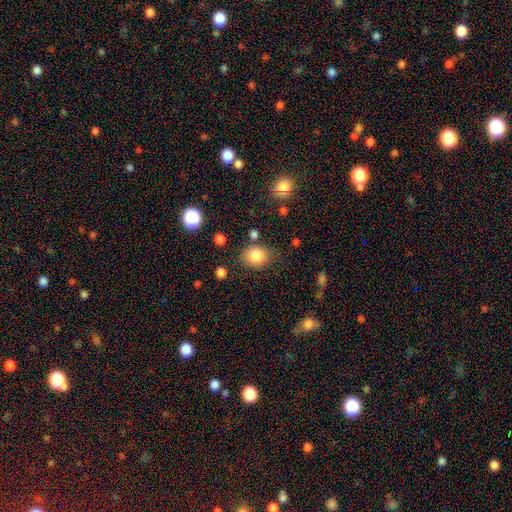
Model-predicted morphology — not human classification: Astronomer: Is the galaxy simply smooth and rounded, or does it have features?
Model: smooth — 82%.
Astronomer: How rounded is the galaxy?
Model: in between — 54% (runner-up: round, 45%).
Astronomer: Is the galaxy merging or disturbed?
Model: none — 73%.